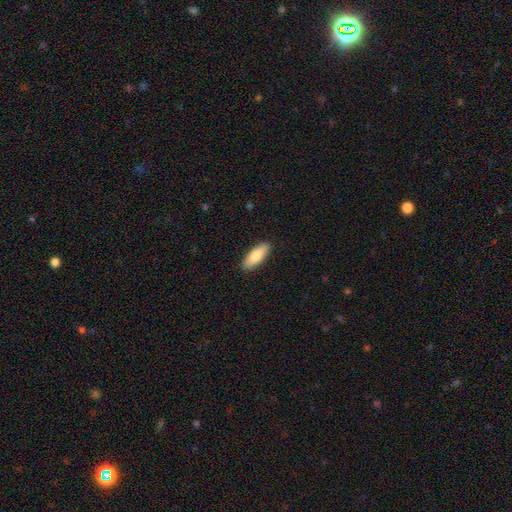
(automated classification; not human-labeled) The model was most divided on "how rounded": in between: 68%, cigar-shaped: 30%, round: 2%. More confident: merging — none (89%); smooth or featured — smooth (79%).